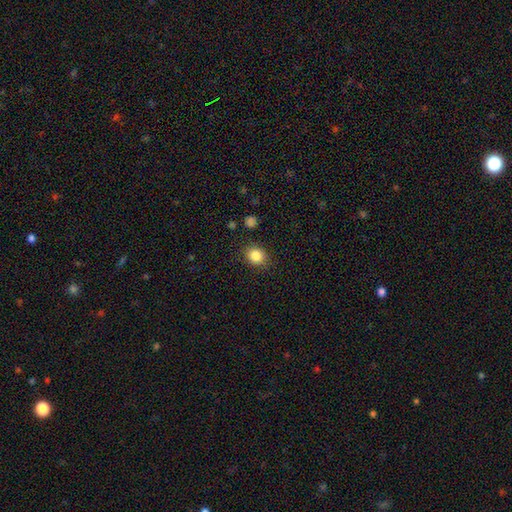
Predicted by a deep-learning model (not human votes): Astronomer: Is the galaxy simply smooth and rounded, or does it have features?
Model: smooth — 85%.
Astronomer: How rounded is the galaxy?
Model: round — 70%.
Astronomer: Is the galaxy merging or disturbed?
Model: none — 85%.